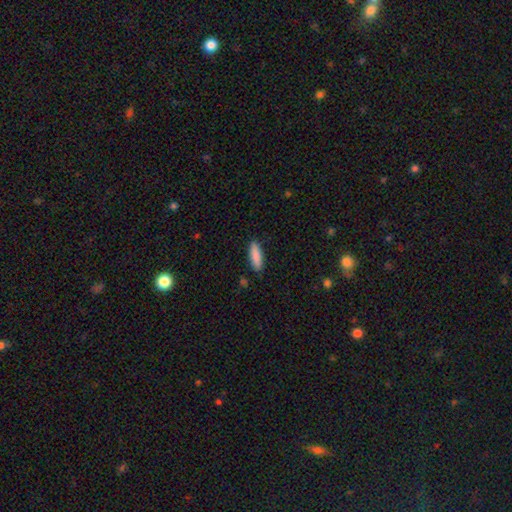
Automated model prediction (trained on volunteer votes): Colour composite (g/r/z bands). It shows a smooth galaxy with no disk features (88%) that is cigar-shaped (54%). Merging: none (87%).